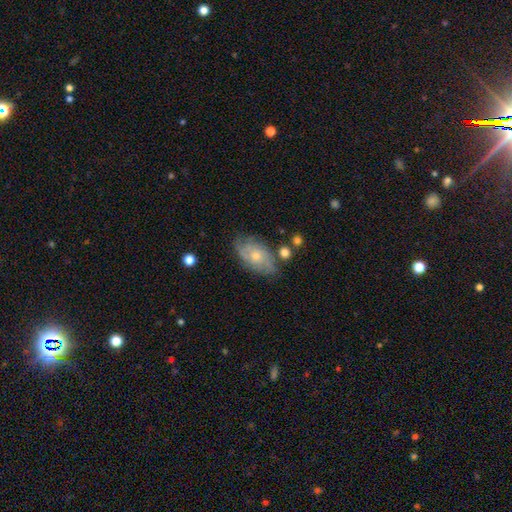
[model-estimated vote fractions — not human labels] Smooth or featured: featured or disk — 60% (smooth — 33%)
Edge-on disk: no — 94% (yes — 6%)
Bar: no — 82% (weak — 16%)
Spiral arms: yes — 78% (no — 22%)
Bulge size: small — 60% (moderate — 36%)
Merging: none — 65% (minor disturbance — 24%)